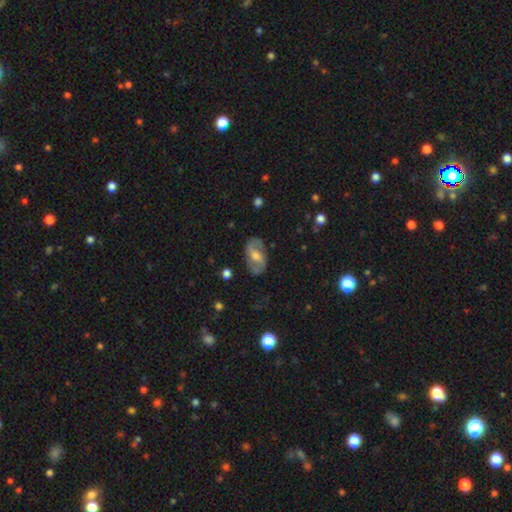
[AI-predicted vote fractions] This appears to be a featured or disk galaxy (71%) with a weak bar (46%), 2 (88%) medium (48%) spiral arms (84%) and a moderate central bulge (58%). Merging: none (80%).